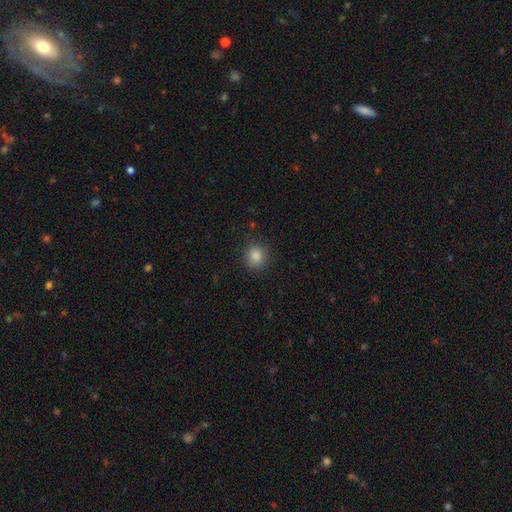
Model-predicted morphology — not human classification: A smooth galaxy with no disk features (84%) that is round (89%).

Vote fractions:
- Smooth or featured? smooth: 84% / star or artifact: 12% / featured or disk: 4%
- How rounded? round: 89% / in between: 10% / cigar-shaped: 1%
- Merging? none: 88% / minor disturbance: 8% / major disturbance: 3% / merger: 1%